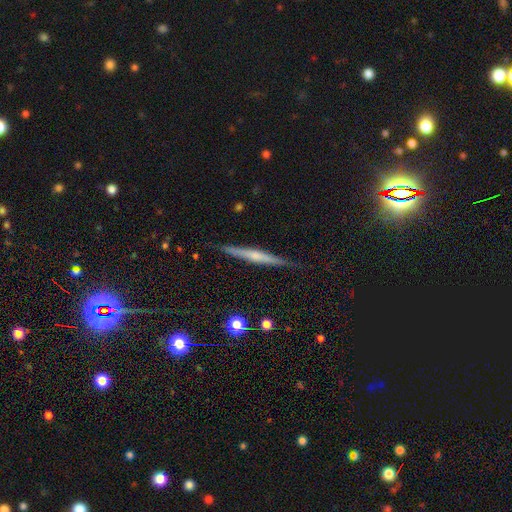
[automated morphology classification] smooth-or-featured: featured or disk: 66% | smooth: 27% | star or artifact: 7%
  disk-edge-on: yes: 98% | no: 2%
    edge-on-bulge: rounded: 55% | none: 35% | boxy: 10%
  merging: none: 89% | minor disturbance: 8% | major disturbance: 2% | merger: 1%